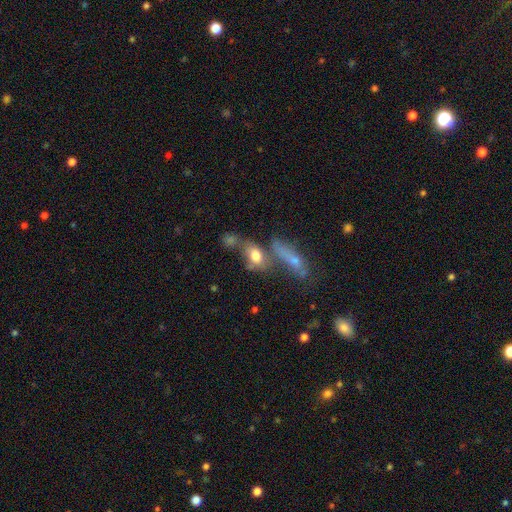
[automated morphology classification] This is likely a smooth galaxy (64%). How rounded: likely in between (68%). Merging: marginally merger (38%).